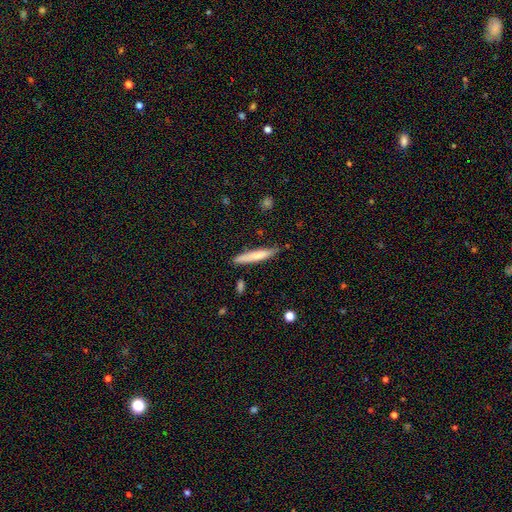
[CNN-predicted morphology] This is likely a smooth galaxy (72%). How rounded: clearly cigar-shaped (93%). Merging: clearly none (82%).